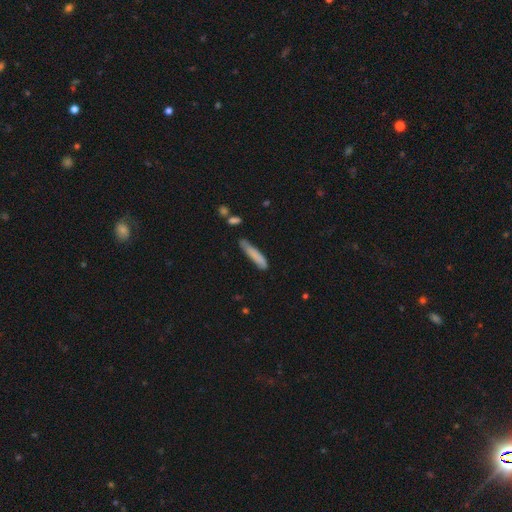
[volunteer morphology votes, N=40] Volunteers were most divided on "merging": none: 57%, minor disturbance: 28%, major disturbance: 8%, merger: 8%. More confident: how rounded — cigar-shaped (93%); smooth or featured — smooth (75%).